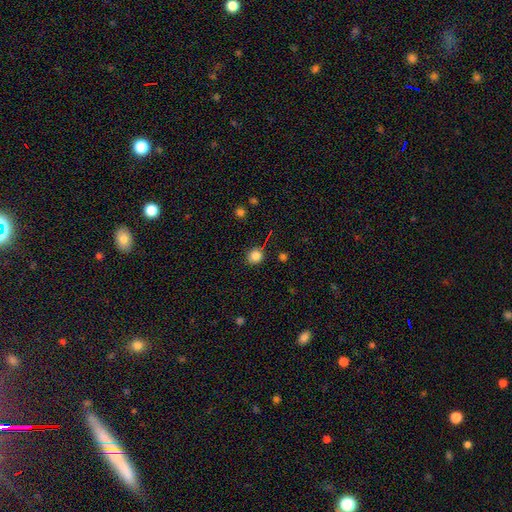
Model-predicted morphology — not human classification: smooth-or-featured: smooth: 82% | star or artifact: 13% | featured or disk: 5%
  how-rounded: round: 88% | in between: 11% | cigar-shaped: 1%
  merging: none: 86% | minor disturbance: 9% | major disturbance: 3% | merger: 2%